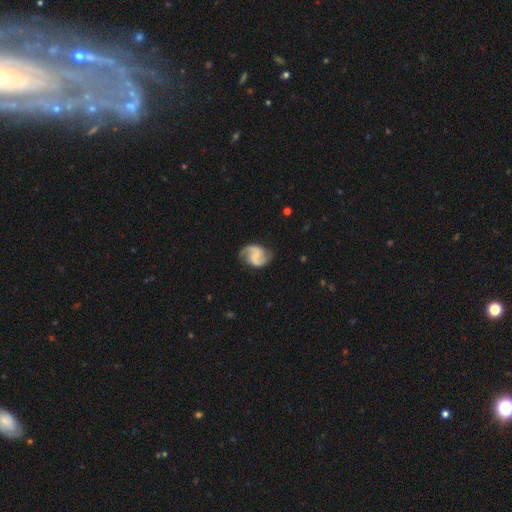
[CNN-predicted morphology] Smooth or featured? featured or disk (86%)
Edge-on disk? no (98%)
Bar? weak (47%)
Spiral arms? yes (97%)
Spiral winding? medium (49%)
Spiral arm count? 2 (92%)
Bulge size? none (51%)
Merging? none (78%)